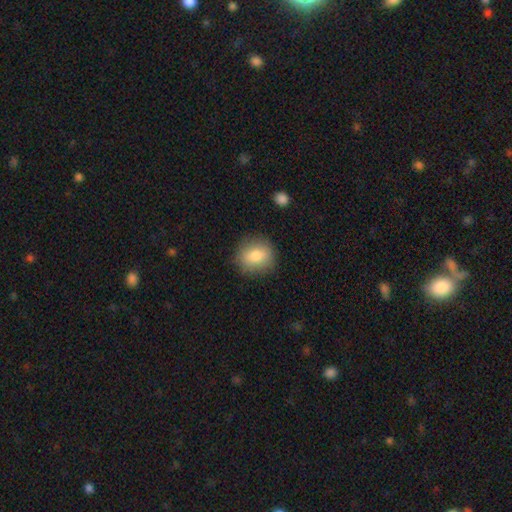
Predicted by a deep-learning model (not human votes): Smooth or featured? smooth (82%)
How rounded? round (77%)
Merging? none (85%)